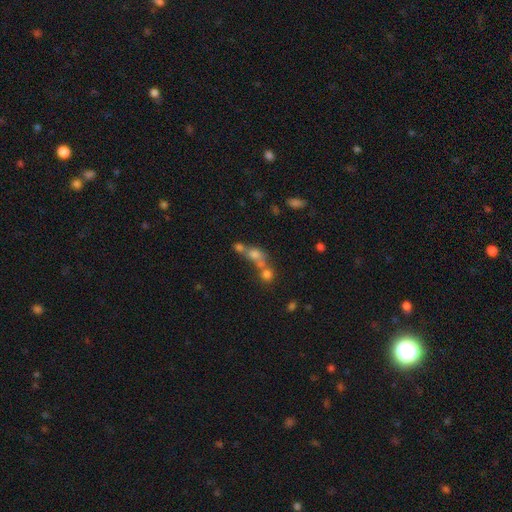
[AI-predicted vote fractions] smooth-or-featured: smooth: 64% | featured or disk: 18% | star or artifact: 17%
  how-rounded: round: 51% | in between: 43% | cigar-shaped: 6%
  merging: merger: 55% | none: 30% | minor disturbance: 8% | major disturbance: 7%